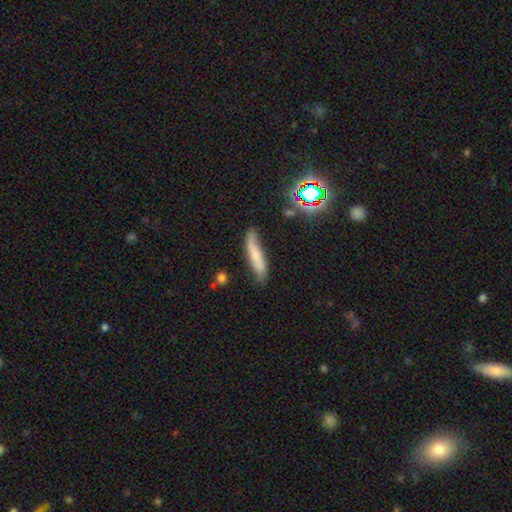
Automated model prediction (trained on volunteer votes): Morphology: type=smooth (57%); roundness=cigar-shaped (81%); merging=none (65%).